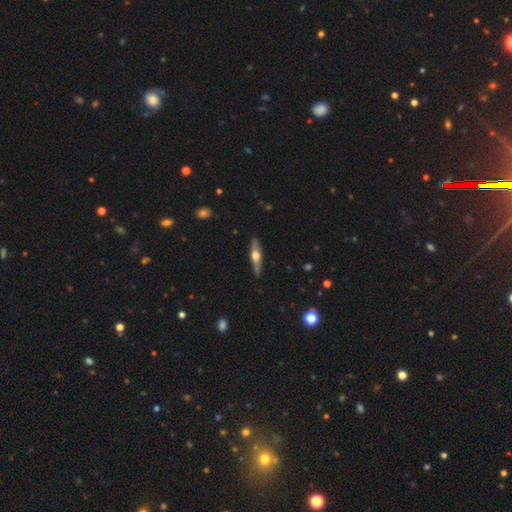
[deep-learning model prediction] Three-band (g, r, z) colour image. It shows a featured or disk galaxy (57%) viewed edge-on (88%) with a rounded central bulge (93%). Merging: none (87%).